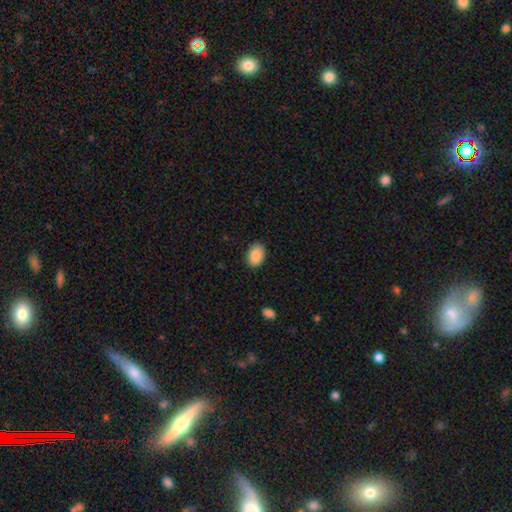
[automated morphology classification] Q: Smooth or featured?
A: smooth (88%); runner-up: star or artifact (7%)
Q: How rounded?
A: in between (83%); runner-up: round (16%)
Q: Merging?
A: none (87%); runner-up: minor disturbance (10%)